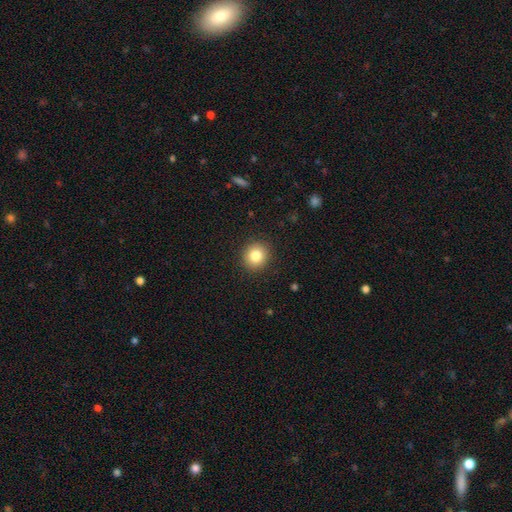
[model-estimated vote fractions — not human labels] Morphology: type=smooth (83%); roundness=round (88%); merging=none (91%).